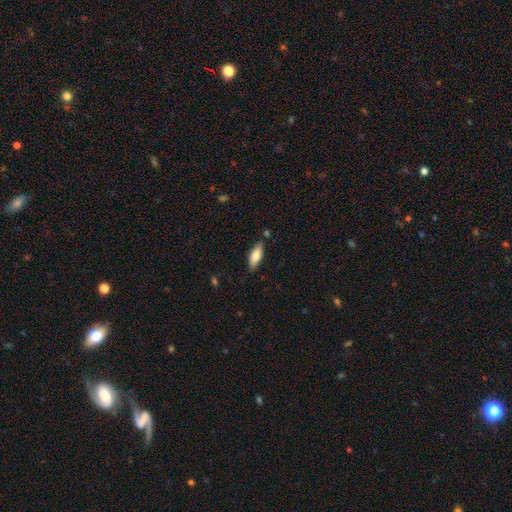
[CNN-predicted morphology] A smooth galaxy with no disk features (77%) that is in between round and cigar-shaped (69%).

Vote fractions:
- Smooth or featured? smooth: 77% / featured or disk: 17% / star or artifact: 6%
- How rounded? in between: 69% / cigar-shaped: 30% / round: 2%
- Merging? none: 82% / minor disturbance: 13% / merger: 3% / major disturbance: 2%